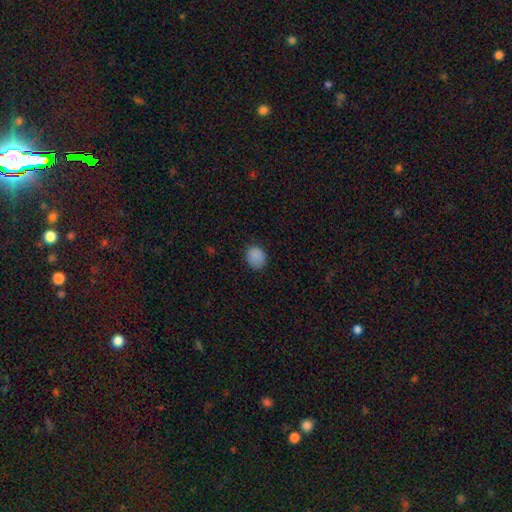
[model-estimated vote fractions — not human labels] smooth 87%, star or artifact 9%, featured or disk 3%. Down the decision tree: how rounded — round (64%); merging — none (81%).